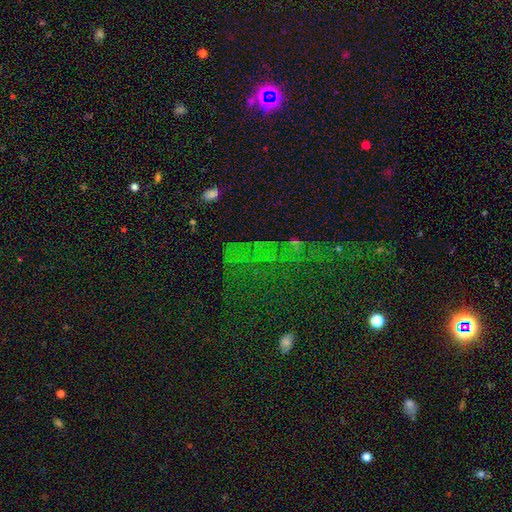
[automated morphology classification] type=star or artifact (68%).